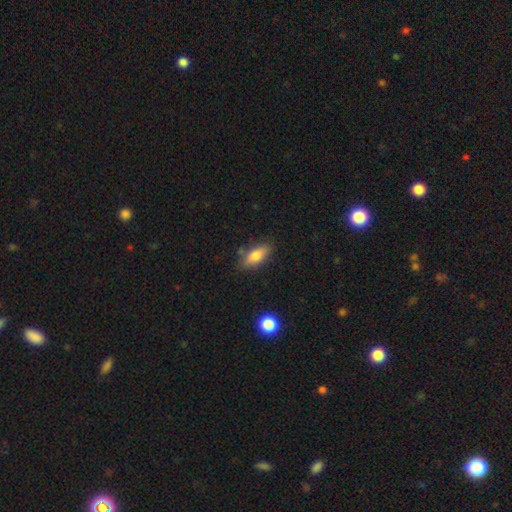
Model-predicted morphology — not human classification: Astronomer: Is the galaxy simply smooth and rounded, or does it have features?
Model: smooth — 76%.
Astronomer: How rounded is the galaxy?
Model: in between — 78%.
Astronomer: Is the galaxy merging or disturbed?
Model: none — 79%.